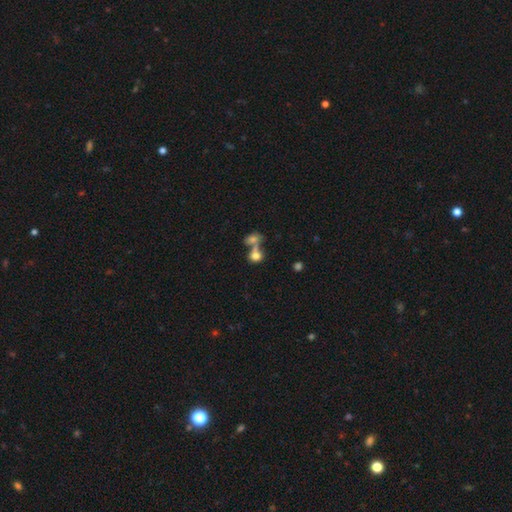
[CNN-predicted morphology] smooth_or_featured: smooth (p=0.77) [alt: featured or disk p=0.12]
how_rounded: round (p=0.59) [alt: in between p=0.38]
merging: merger (p=0.55) [alt: none p=0.30]